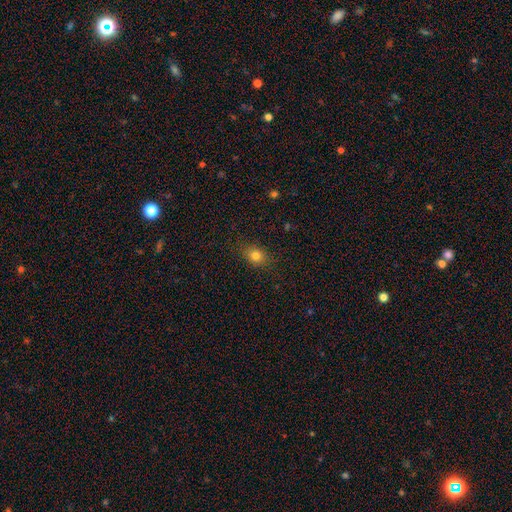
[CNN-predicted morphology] Smooth or featured: smooth — 79% (star or artifact — 13%)
How rounded: in between — 52% (round — 47%)
Merging: none — 85% (minor disturbance — 11%)